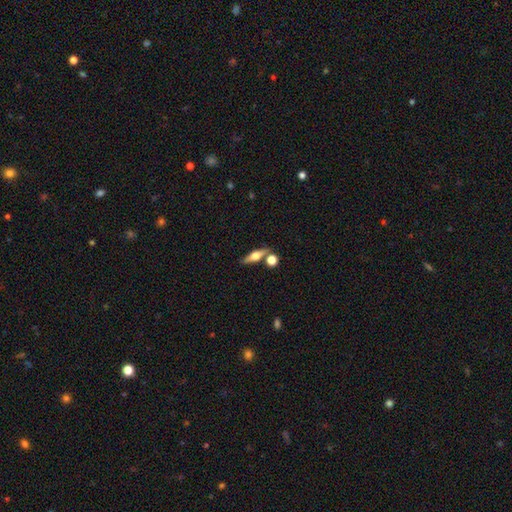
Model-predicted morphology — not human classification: Smooth or featured? Predicted: featured or disk (p=0.56). Edge-on disk? Predicted: yes (p=0.93). Edge-on bulge? Predicted: rounded (p=0.94). Merging? Predicted: none (p=0.74).